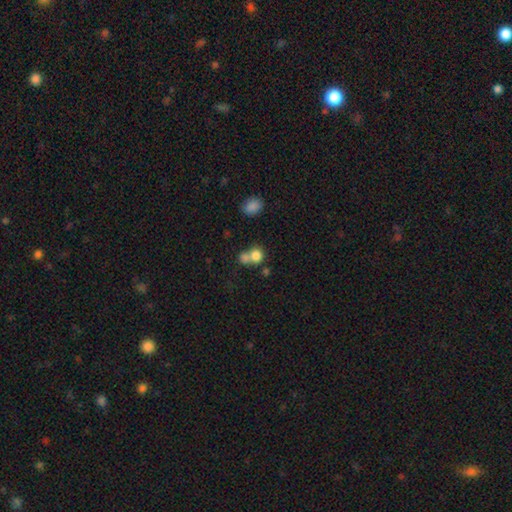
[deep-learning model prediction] Smooth or featured: smooth — 79% (star or artifact — 11%)
How rounded: round — 79% (in between — 20%)
Merging: merger — 52% (none — 37%)